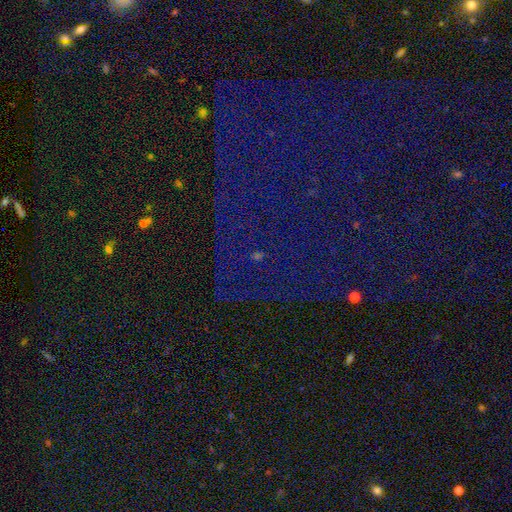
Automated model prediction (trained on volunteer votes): A star or artifact, not a galaxy (84%).